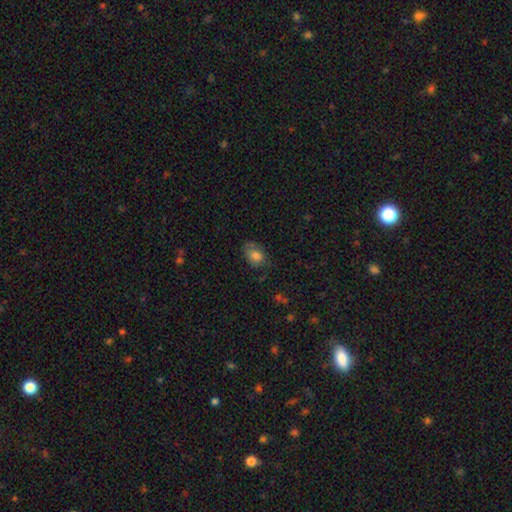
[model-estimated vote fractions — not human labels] Morphology: type=smooth (76%); roundness=in between (75%); merging=none (58%).